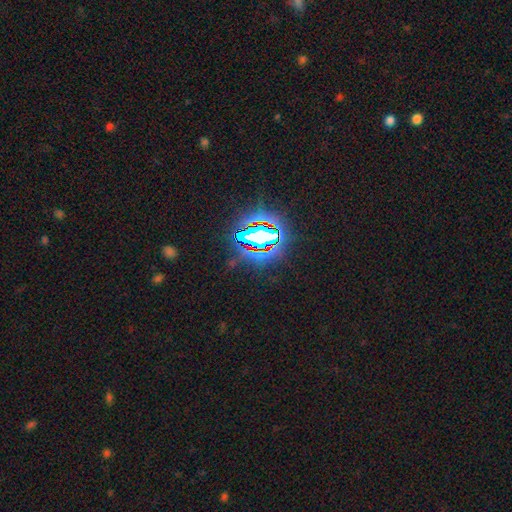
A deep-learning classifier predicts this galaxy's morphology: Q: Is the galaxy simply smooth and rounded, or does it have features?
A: star or artifact — 84%.